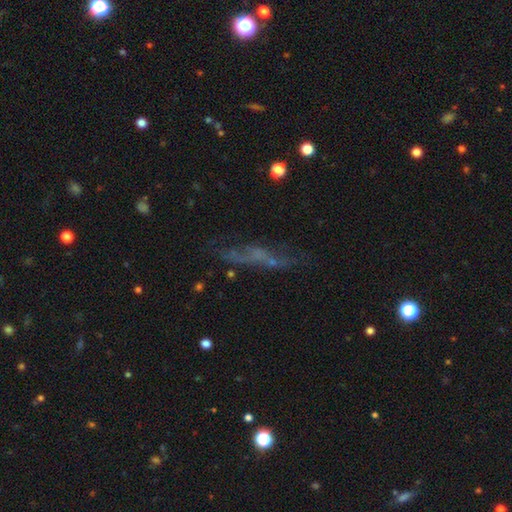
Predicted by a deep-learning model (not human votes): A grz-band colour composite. It shows a featured or disk galaxy (45%). Merging: none (59%).